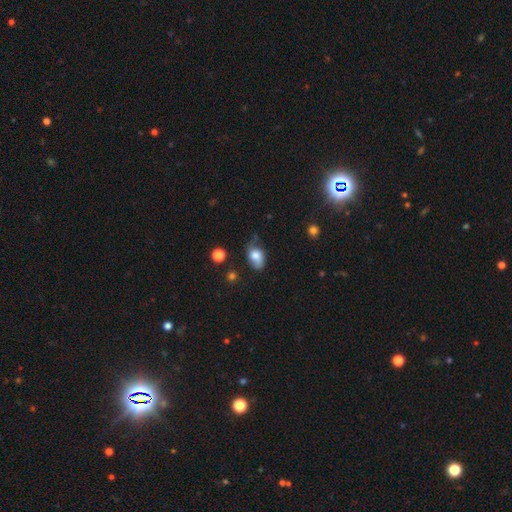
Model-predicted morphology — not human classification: Q: Smooth or featured?
A: smooth (69%); runner-up: featured or disk (22%)
Q: How rounded?
A: in between (81%); runner-up: round (18%)
Q: Merging?
A: none (44%); runner-up: minor disturbance (37%)